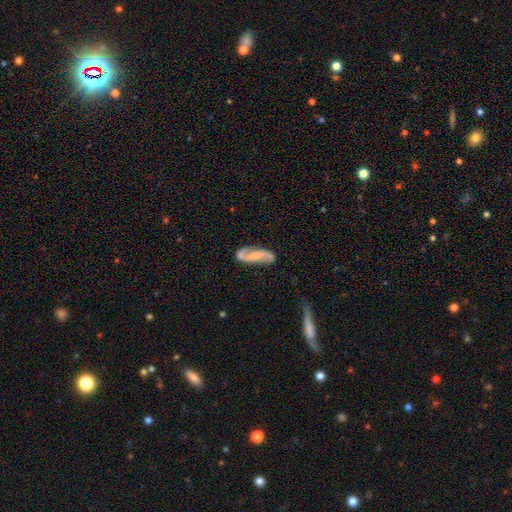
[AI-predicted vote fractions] featured or disk 81%, smooth 14%, star or artifact 5%. Down the decision tree: edge-on disk — no (94%); bar — no (44%); spiral arms — yes (96%); spiral arm count — 2 (92%); spiral winding — loose (46%); bulge size — small (36%); merging — none (75%).